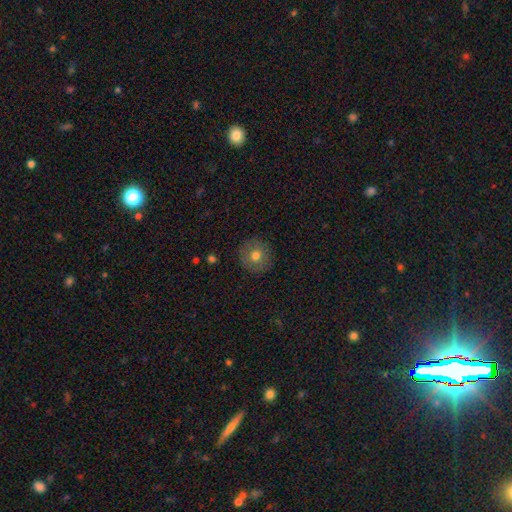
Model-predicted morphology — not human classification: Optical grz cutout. It shows a smooth galaxy with no disk features (71%) that is round (93%). Merging: none (89%).